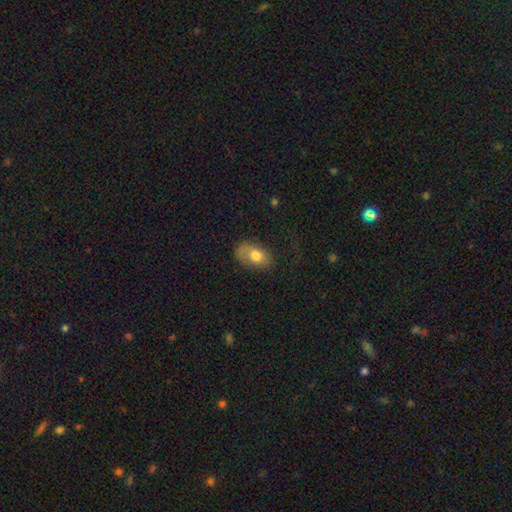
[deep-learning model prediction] The model was most divided on "merging": none: 60%, minor disturbance: 26%, major disturbance: 12%, merger: 2%. More confident: how rounded — in between (88%); smooth or featured — smooth (74%).